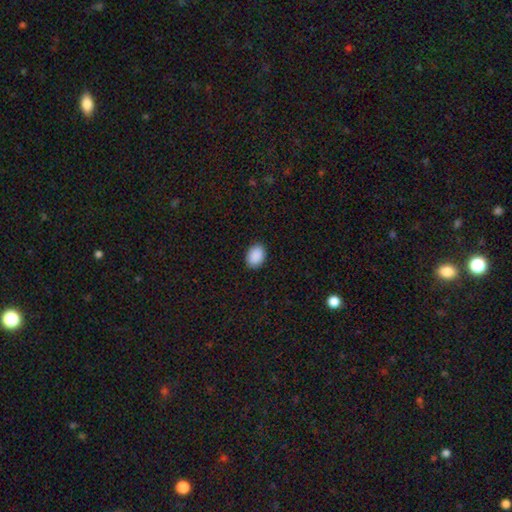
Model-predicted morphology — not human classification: This appears to be a smooth galaxy with no disk features (91%) that is in between round and cigar-shaped (75%). Merging: none (90%).